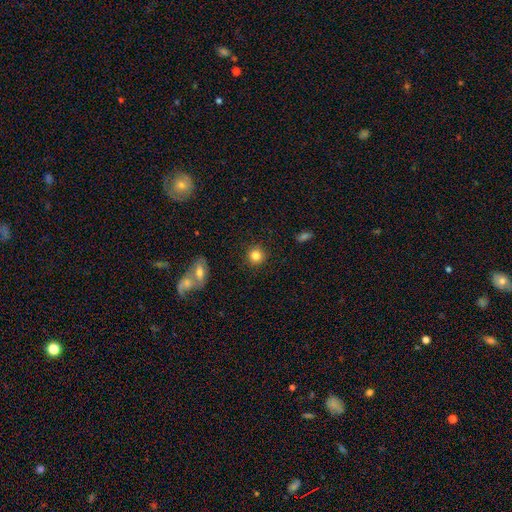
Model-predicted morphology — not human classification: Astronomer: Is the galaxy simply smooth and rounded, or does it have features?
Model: smooth — 84%.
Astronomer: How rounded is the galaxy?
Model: round — 92%.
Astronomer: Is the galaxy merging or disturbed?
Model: none — 90%.